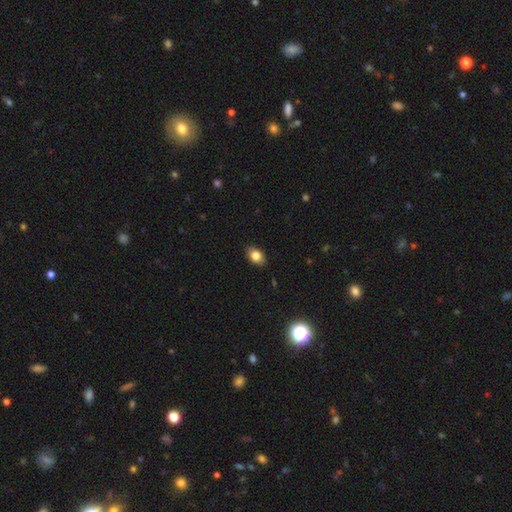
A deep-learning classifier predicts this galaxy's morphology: Overall: smooth (82%). How rounded: in between (82%). Merging: none (86%).